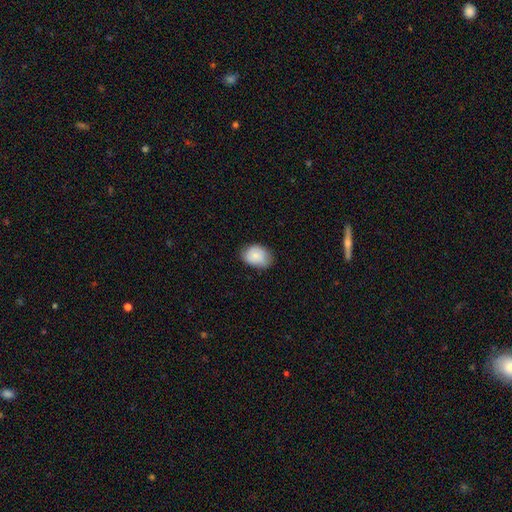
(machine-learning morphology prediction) Q: Smooth or featured?
A: smooth (82%); runner-up: featured or disk (11%)
Q: How rounded?
A: in between (70%); runner-up: round (29%)
Q: Merging?
A: none (65%); runner-up: minor disturbance (28%)